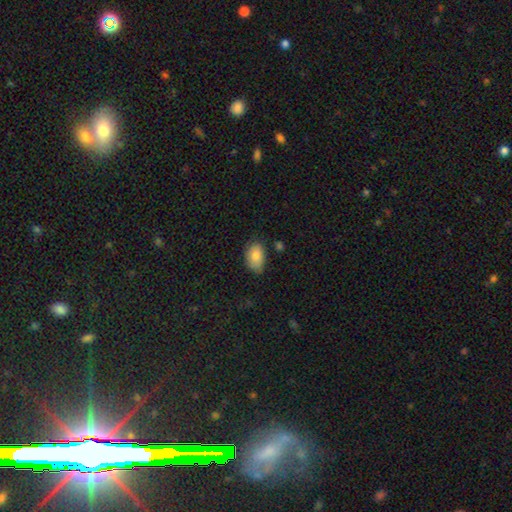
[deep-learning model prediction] The model was most divided on "merging": none: 65%, minor disturbance: 28%, major disturbance: 5%, merger: 3%. More confident: how rounded — in between (90%); smooth or featured — smooth (83%).